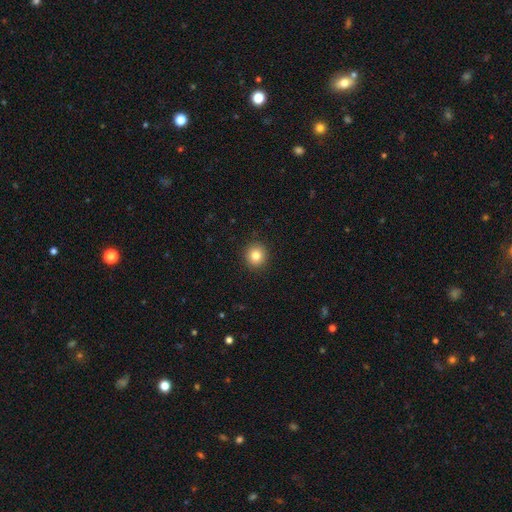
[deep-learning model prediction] smooth 82%, star or artifact 11%, featured or disk 7%. Down the decision tree: how rounded — round (93%); merging — none (93%).